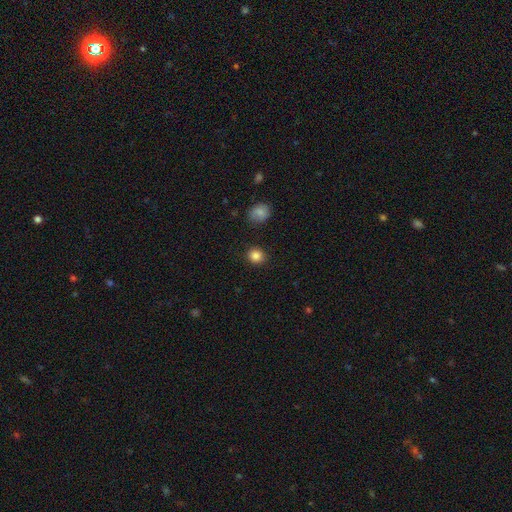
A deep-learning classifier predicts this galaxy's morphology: smooth_or_featured: smooth (p=0.85) [alt: star or artifact p=0.11]
how_rounded: round (p=0.85) [alt: in between p=0.15]
merging: none (p=0.89) [alt: minor disturbance p=0.07]